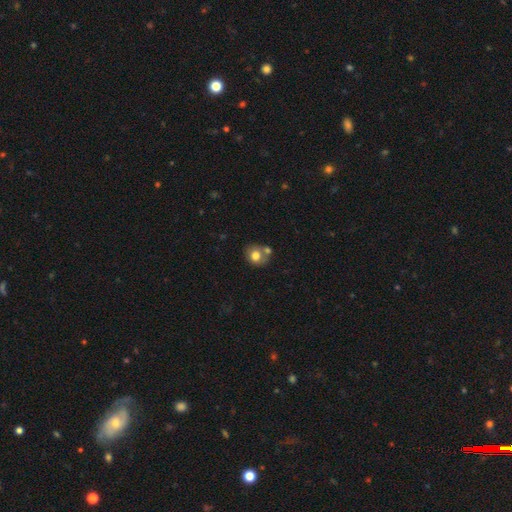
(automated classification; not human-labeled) Q: Smooth or featured?
A: smooth (76%); runner-up: featured or disk (15%)
Q: How rounded?
A: round (69%); runner-up: in between (30%)
Q: Merging?
A: none (48%); runner-up: merger (33%)